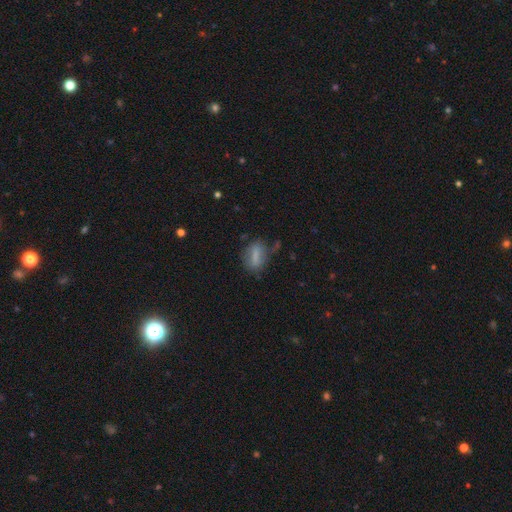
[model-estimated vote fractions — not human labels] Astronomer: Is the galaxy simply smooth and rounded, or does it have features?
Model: smooth — 67%.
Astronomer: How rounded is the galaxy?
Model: in between — 70%.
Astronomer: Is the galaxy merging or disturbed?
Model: none — 60%.